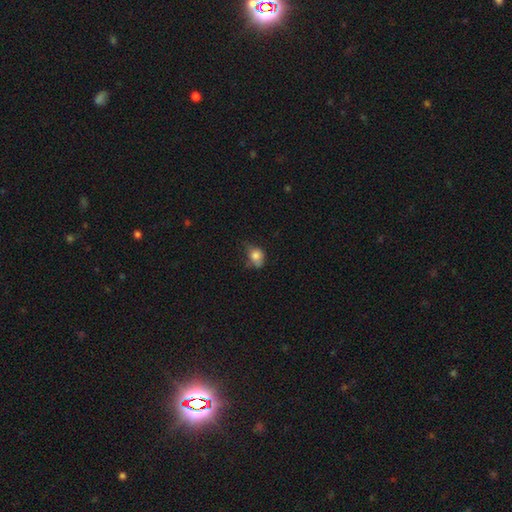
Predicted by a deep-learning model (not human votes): The model was most divided on "merging": minor disturbance: 39%, none: 37%, major disturbance: 19%, merger: 4%. More confident: smooth or featured — smooth (77%); how rounded — in between (51%).